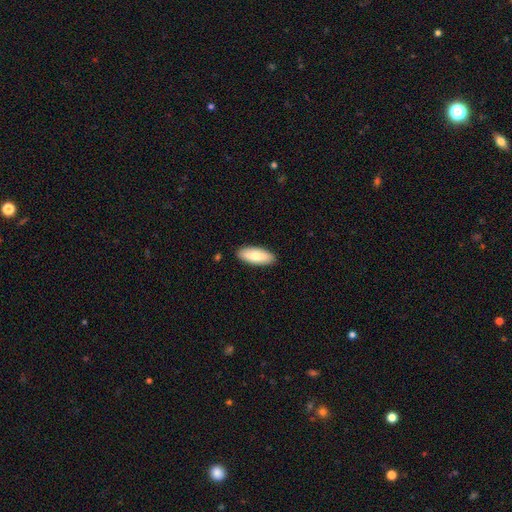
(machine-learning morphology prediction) A smooth galaxy with no disk features (76%) that is in between round and cigar-shaped (77%).

Vote fractions:
- Smooth or featured? smooth: 76% / featured or disk: 18% / star or artifact: 5%
- How rounded? in between: 77% / cigar-shaped: 21% / round: 2%
- Merging? none: 89% / minor disturbance: 8% / major disturbance: 2% / merger: 1%